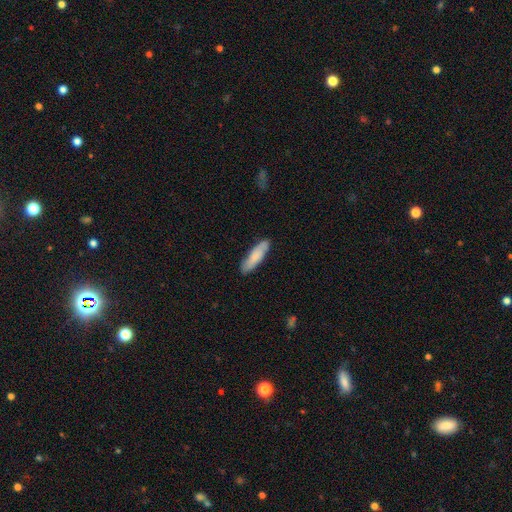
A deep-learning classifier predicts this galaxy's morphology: Smooth or featured? Predicted: smooth (p=0.77). How rounded? Predicted: cigar-shaped (p=0.65). Merging? Predicted: none (p=0.84).